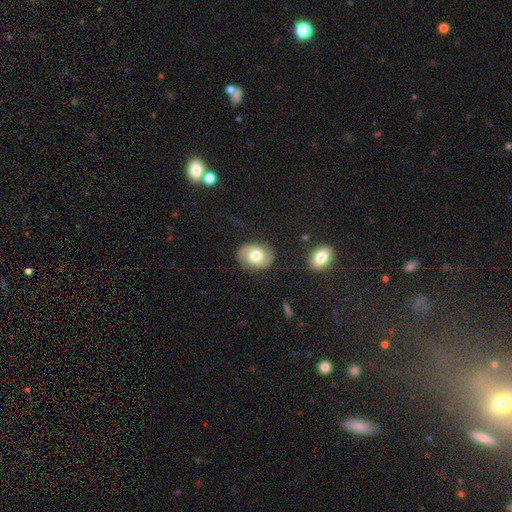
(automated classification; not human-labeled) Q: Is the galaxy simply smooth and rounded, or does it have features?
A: smooth — 48%.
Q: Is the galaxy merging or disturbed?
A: none — 83%.